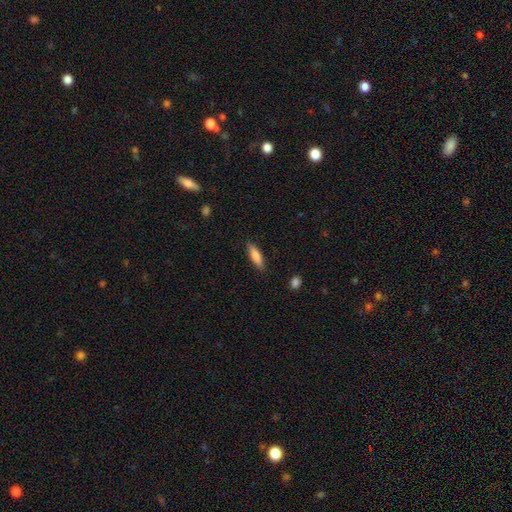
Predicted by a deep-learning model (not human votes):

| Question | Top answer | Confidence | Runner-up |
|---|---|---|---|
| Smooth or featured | smooth | 82% | featured or disk (12%) |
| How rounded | cigar-shaped | 62% | in between (37%) |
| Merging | none | 88% | minor disturbance (9%) |